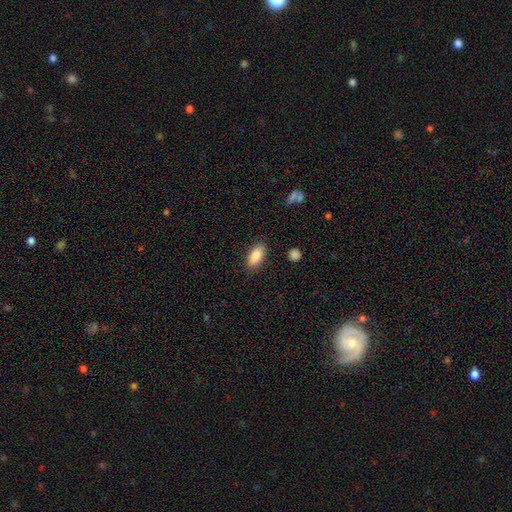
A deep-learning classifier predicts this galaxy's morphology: Overall: smooth (88%). How rounded: in between (87%). Merging: none (86%).